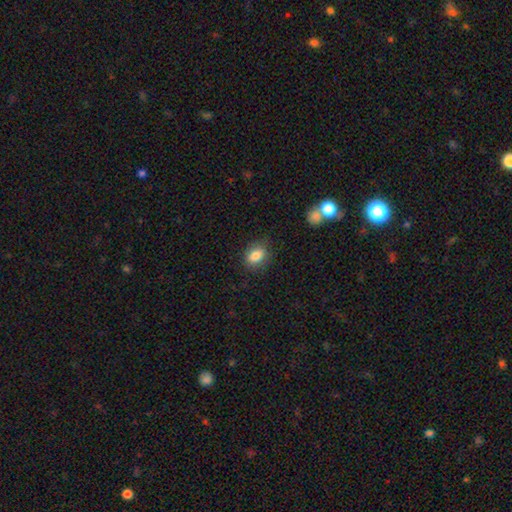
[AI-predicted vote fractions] A smooth galaxy with no disk features (83%) that is in between round and cigar-shaped (72%). Merging: none (81%).